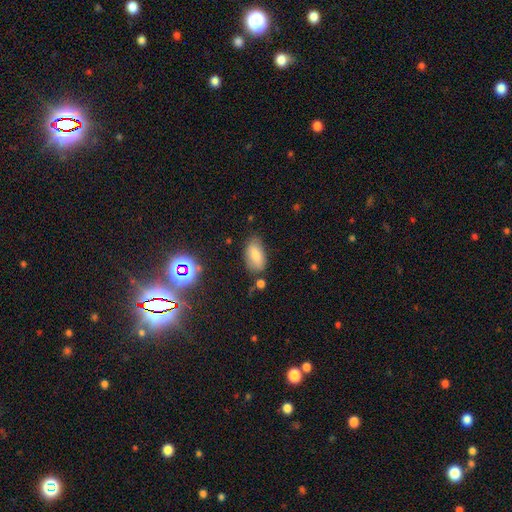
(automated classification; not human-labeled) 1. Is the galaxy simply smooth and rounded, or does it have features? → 74% smooth, 14% featured or disk, 11% star or artifact.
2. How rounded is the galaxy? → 92% in between, 4% round, 4% cigar-shaped.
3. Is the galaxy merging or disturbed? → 72% none, 19% minor disturbance, 5% merger, 4% major disturbance.